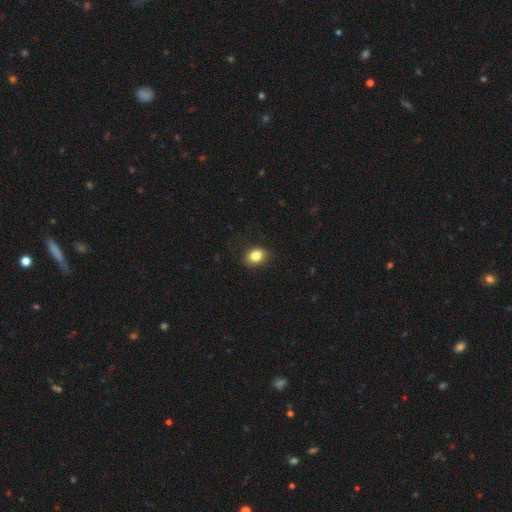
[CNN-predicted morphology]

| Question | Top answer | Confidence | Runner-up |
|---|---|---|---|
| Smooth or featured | smooth | 84% | star or artifact (10%) |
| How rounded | in between | 63% | round (35%) |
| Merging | none | 86% | minor disturbance (10%) |